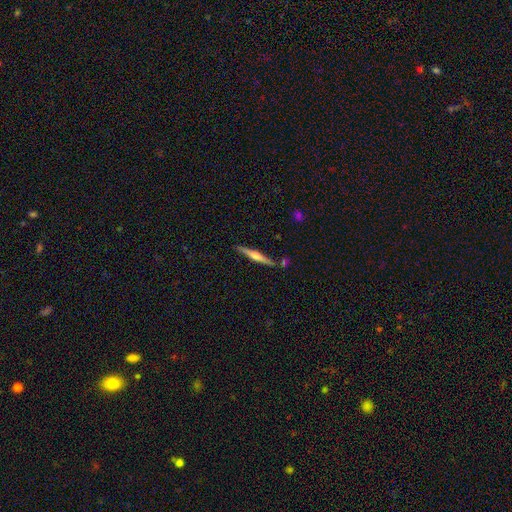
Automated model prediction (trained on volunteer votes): smooth_or_featured: featured or disk (p=0.69) [alt: smooth p=0.25]
disk_edge_on: yes (p=0.98) [alt: no p=0.02]
edge_on_bulge: rounded (p=0.86) [alt: boxy p=0.08]
merging: none (p=0.86) [alt: minor disturbance p=0.09]